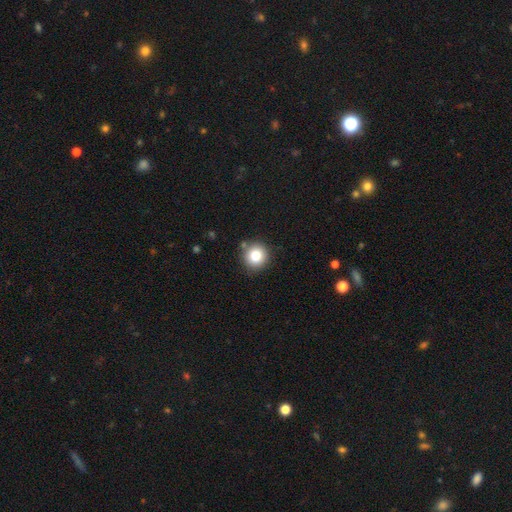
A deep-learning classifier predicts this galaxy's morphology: This is clearly a smooth galaxy (82%). How rounded: clearly round (92%). Merging: clearly none (85%).